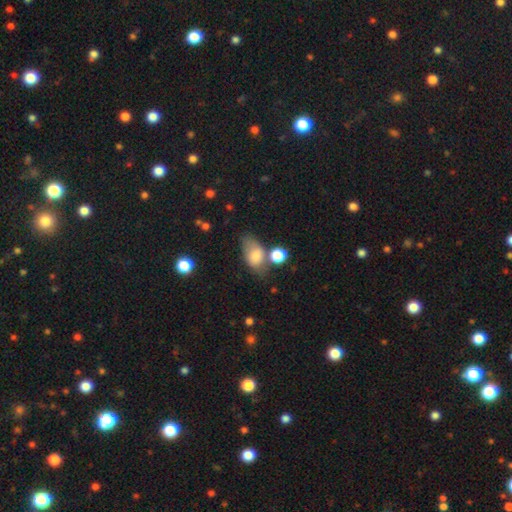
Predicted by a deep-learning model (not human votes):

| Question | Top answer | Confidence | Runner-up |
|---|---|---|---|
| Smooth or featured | smooth | 76% | featured or disk (15%) |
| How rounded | in between | 87% | round (10%) |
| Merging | none | 45% | minor disturbance (25%) |